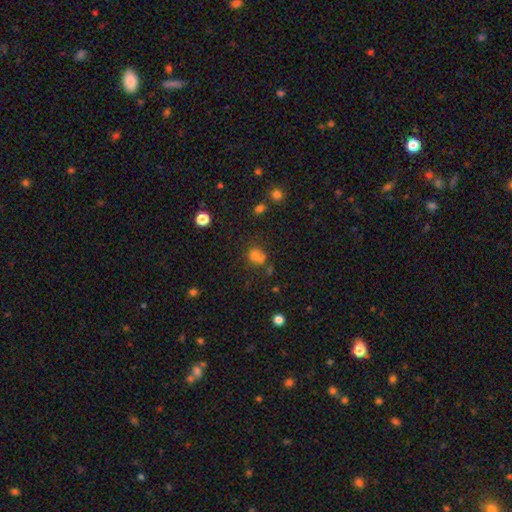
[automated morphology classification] type=smooth (68%); roundness=round (76%); merging=none (47%).